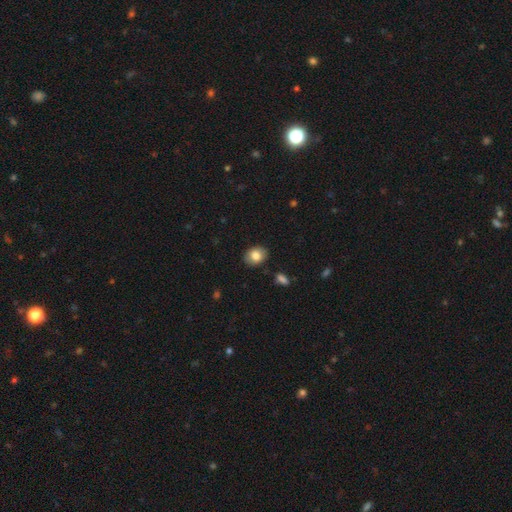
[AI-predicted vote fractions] Smooth or featured: smooth — 81% (featured or disk — 11%)
How rounded: in between — 62% (round — 37%)
Merging: none — 88% (minor disturbance — 9%)